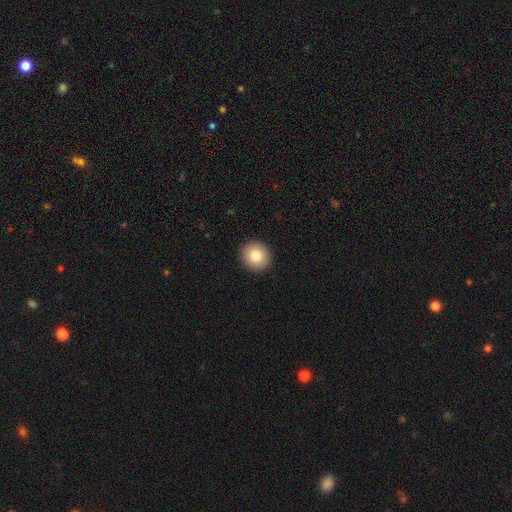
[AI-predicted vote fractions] This appears to be a smooth galaxy with no disk features (82%) that is round (90%). Merging: none (93%).